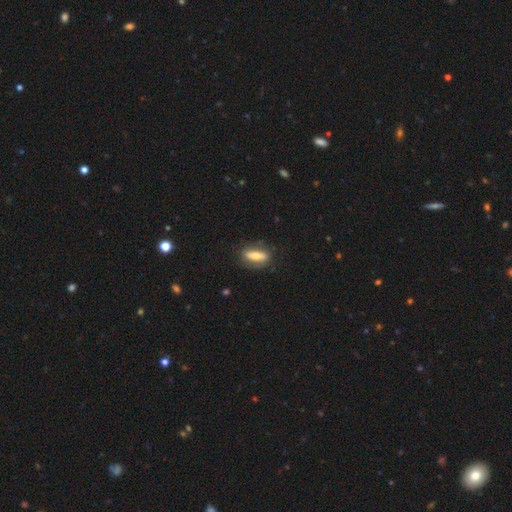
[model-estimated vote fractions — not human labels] Smooth or featured?
  - smooth: 55% *
  - featured or disk: 38%
  - star or artifact: 7%
How rounded?
  - in between: 54% *
  - cigar-shaped: 42%
  - round: 4%
Merging?
  - none: 77% *
  - minor disturbance: 16%
  - major disturbance: 6%
  - merger: 2%